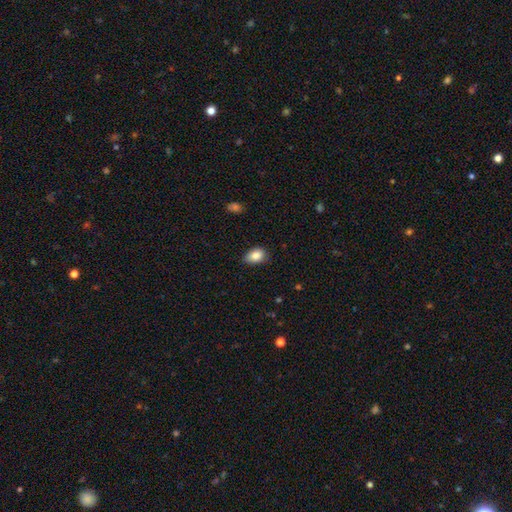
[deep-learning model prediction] Smooth or featured?
  - smooth: 86% *
  - star or artifact: 8%
  - featured or disk: 5%
How rounded?
  - in between: 80% *
  - round: 18%
  - cigar-shaped: 1%
Merging?
  - none: 76% *
  - minor disturbance: 20%
  - major disturbance: 3%
  - merger: 1%